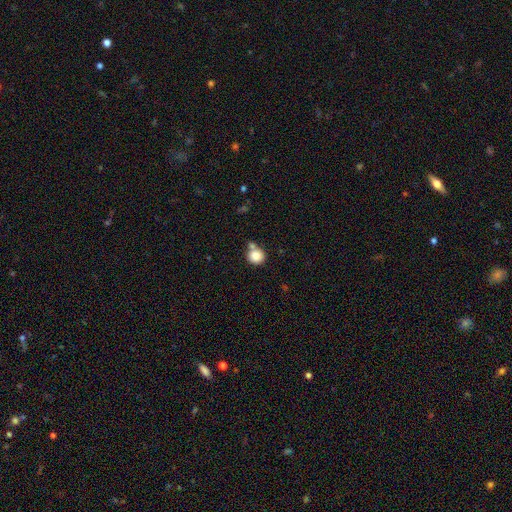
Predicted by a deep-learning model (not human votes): Smooth or featured? smooth (83%)
How rounded? round (90%)
Merging? none (59%)